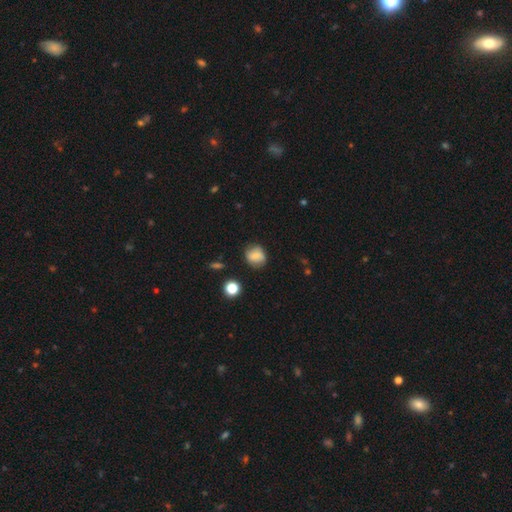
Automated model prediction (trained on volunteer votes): Q: Smooth or featured?
A: smooth (68%); runner-up: featured or disk (22%)
Q: How rounded?
A: round (79%); runner-up: in between (20%)
Q: Merging?
A: none (78%); runner-up: minor disturbance (16%)